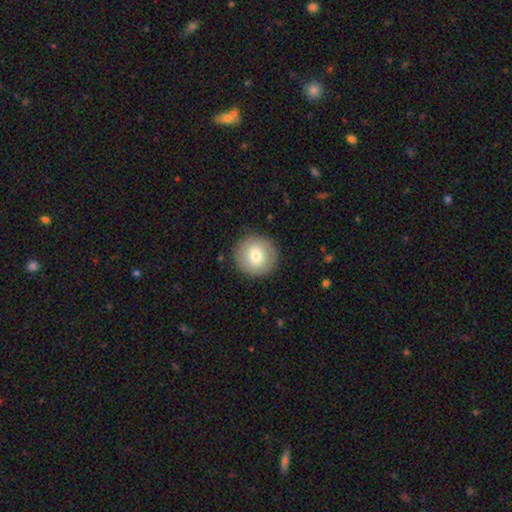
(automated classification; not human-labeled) Overall: smooth (76%). How rounded: round (95%). Merging: none (89%).